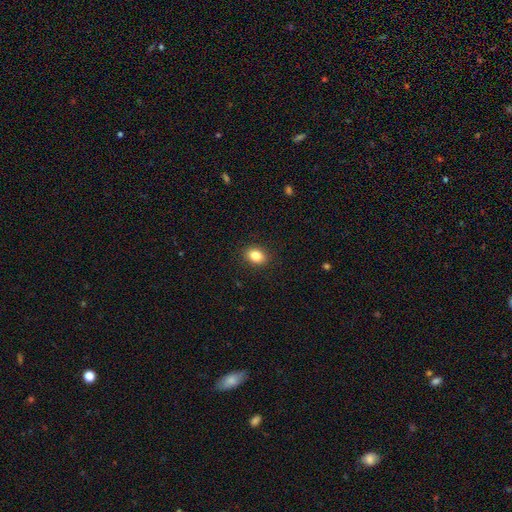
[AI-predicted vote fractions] Overall: smooth (85%). How rounded: in between (73%). Merging: none (89%).